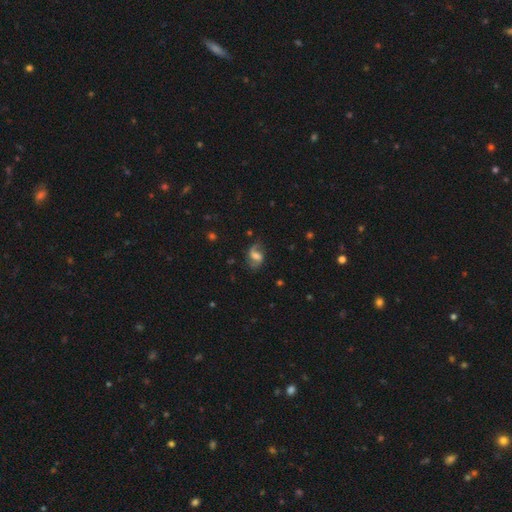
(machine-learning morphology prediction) This is likely a featured or disk galaxy (70%). It is clearly not viewed edge-on (97%). Bar: possibly weak (51%). Spiral arm pattern: clearly yes (91%). Spiral arm count: clearly 2 (84%). Spiral winding: possibly loose (53%). Central bulge: marginally moderate (35%). Merging: likely none (68%).